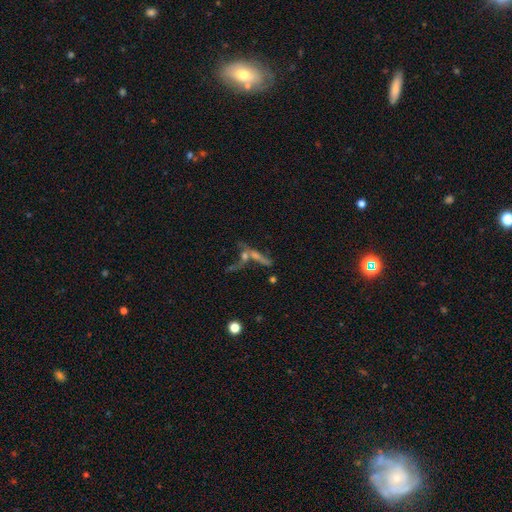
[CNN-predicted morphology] Overall: featured or disk (50%; smooth 28%). Edge-on disk: yes (60%; no 40%). Merging: merger (39%; none 37%).